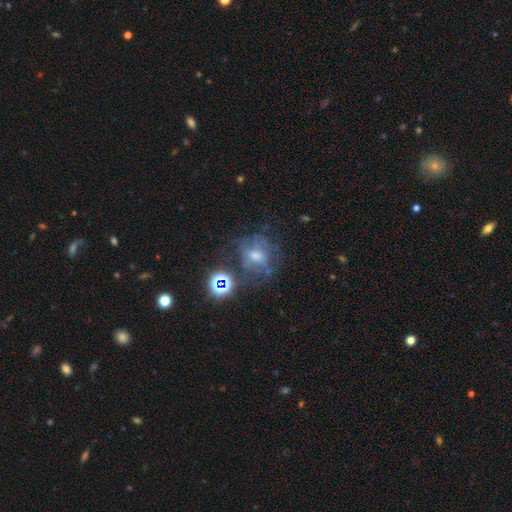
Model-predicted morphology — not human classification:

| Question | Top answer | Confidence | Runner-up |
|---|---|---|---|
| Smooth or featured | featured or disk | 42% | star or artifact (31%) |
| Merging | none | 55% | minor disturbance (19%) |